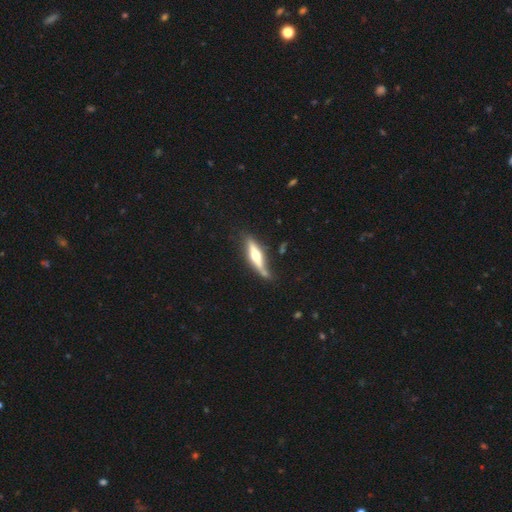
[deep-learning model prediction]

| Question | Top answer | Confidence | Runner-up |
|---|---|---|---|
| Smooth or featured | featured or disk | 66% | smooth (29%) |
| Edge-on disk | yes | 93% | no (7%) |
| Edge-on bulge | rounded | 92% | boxy (5%) |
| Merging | none | 67% | minor disturbance (20%) |